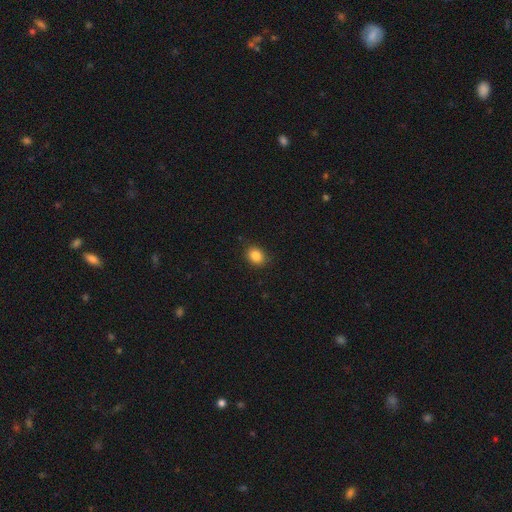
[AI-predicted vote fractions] Smooth or featured? Predicted: smooth (p=0.86). How rounded? Predicted: in between (p=0.54). Merging? Predicted: none (p=0.87).